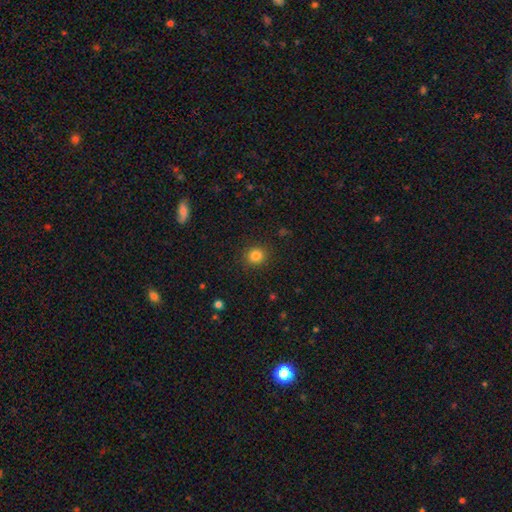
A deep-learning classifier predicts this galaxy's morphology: Q: Smooth or featured?
A: smooth (84%); runner-up: star or artifact (12%)
Q: How rounded?
A: round (87%); runner-up: in between (12%)
Q: Merging?
A: none (90%); runner-up: minor disturbance (7%)